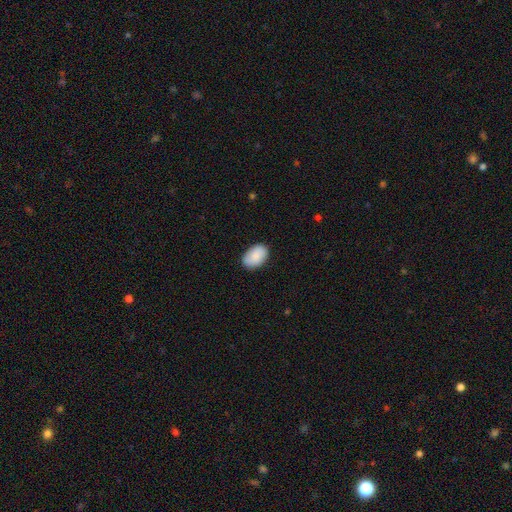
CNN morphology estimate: smooth 87%, featured or disk 7%, star or artifact 6%. Down the decision tree: how rounded — in between (88%); merging — none (83%).